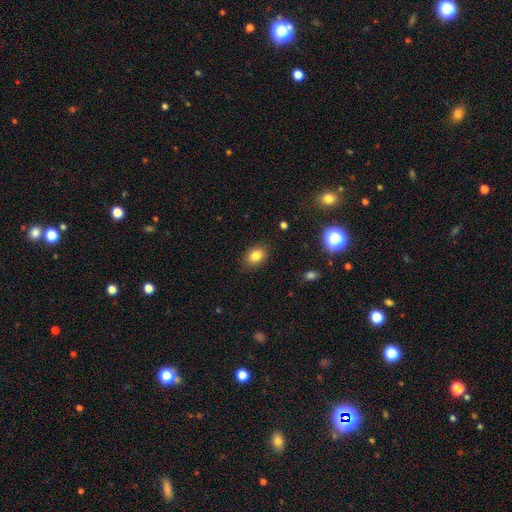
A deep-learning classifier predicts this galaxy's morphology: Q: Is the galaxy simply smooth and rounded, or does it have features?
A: smooth — 82%.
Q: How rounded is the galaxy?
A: in between — 66%.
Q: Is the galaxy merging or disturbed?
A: none — 86%.